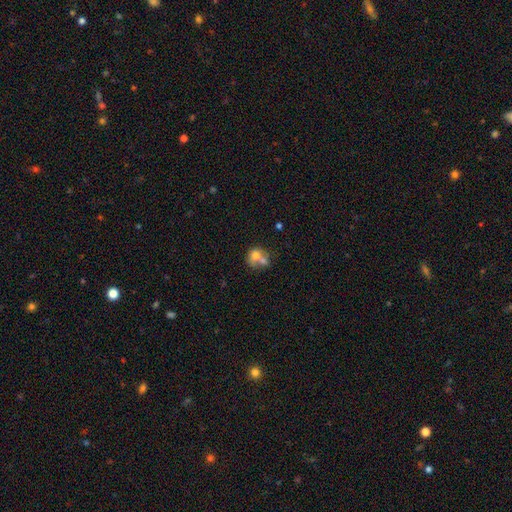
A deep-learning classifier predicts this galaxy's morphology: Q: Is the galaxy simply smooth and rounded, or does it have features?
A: smooth — 67%.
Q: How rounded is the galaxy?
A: round — 61%.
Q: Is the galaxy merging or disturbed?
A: merger — 60%.